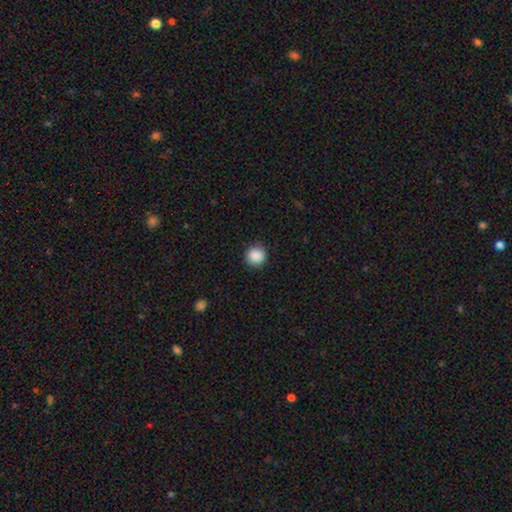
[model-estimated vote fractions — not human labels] smooth-or-featured: smooth: 89% | star or artifact: 9% | featured or disk: 3%
  how-rounded: round: 93% | in between: 6% | cigar-shaped: 1%
  merging: none: 90% | minor disturbance: 7% | major disturbance: 2% | merger: 1%